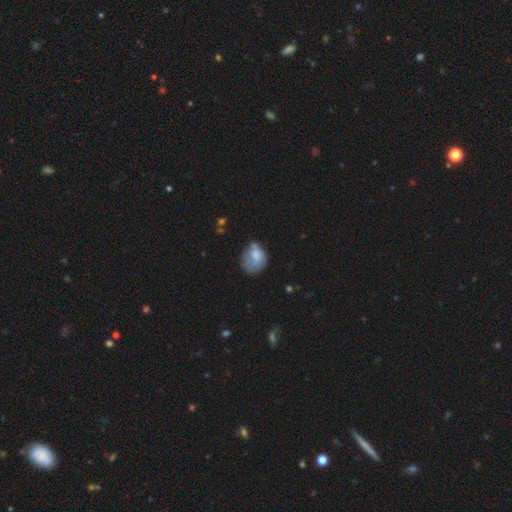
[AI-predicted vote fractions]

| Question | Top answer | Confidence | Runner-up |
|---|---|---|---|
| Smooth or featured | smooth | 68% | featured or disk (23%) |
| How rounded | in between | 61% | round (38%) |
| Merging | minor disturbance | 37% | tied: none (37%) |